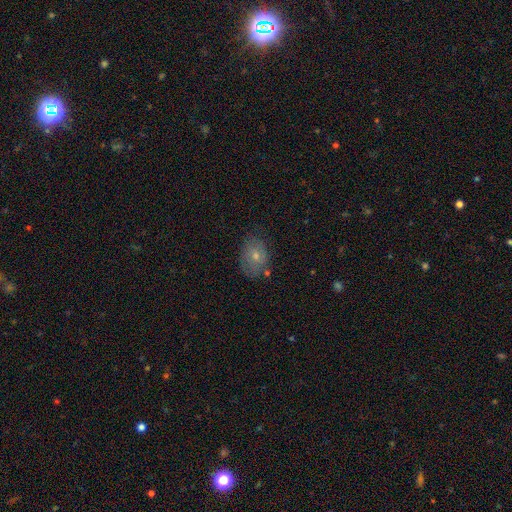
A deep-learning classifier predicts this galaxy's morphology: This is possibly a smooth galaxy (52%). How rounded: likely in between (62%). Merging: likely none (73%).